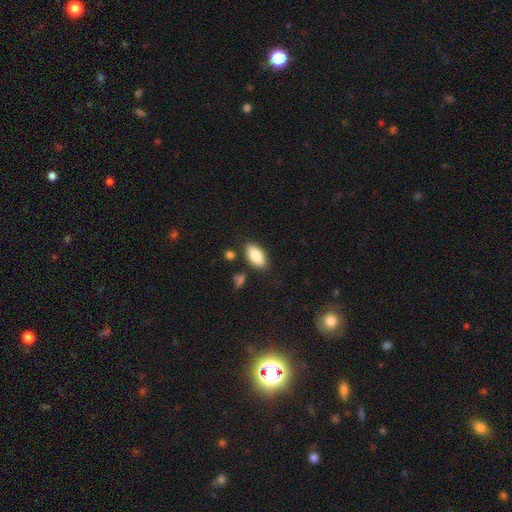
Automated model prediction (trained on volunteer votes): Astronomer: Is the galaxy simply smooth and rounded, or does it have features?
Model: smooth — 83%.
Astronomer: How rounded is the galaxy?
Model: in between — 91%.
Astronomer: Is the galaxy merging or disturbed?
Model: none — 82%.